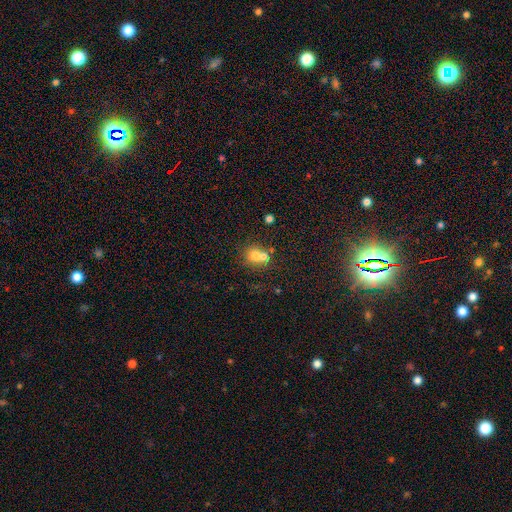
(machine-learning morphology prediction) This is likely a smooth galaxy (70%). How rounded: likely round (75%). Merging: possibly merger (50%).